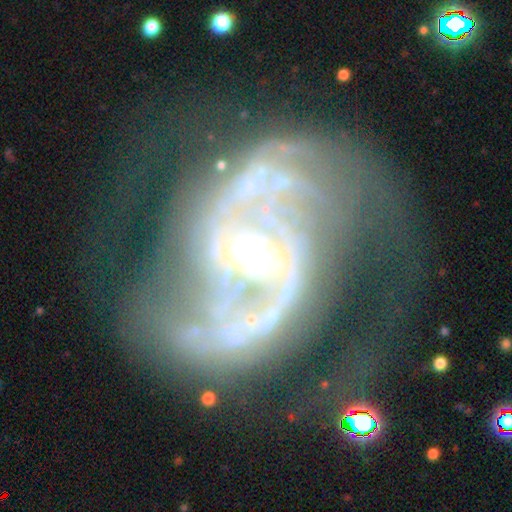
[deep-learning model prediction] Smooth or featured?
  - featured or disk: 91% *
  - star or artifact: 6%
  - smooth: 3%
Edge-on disk?
  - no: 97% *
  - yes: 3%
Bar?
  - no: 42% *
  - weak: 33%
  - strong: 25%
Spiral arms?
  - yes: 97% *
  - no: 3%
Spiral winding?
  - medium: 51% *
  - tight: 29%
  - loose: 20%
Spiral arm count?
  - 2: 77% *
  - can't tell: 7%
  - 3: 7%
  - 1: 3%
  - 4: 3%
  - more than 4: 3%
Bulge size?
  - moderate: 49% *
  - small: 45%
  - large: 4%
  - none: 1%
  - dominant: 1%
Merging?
  - none: 53% *
  - major disturbance: 24%
  - minor disturbance: 19%
  - merger: 4%